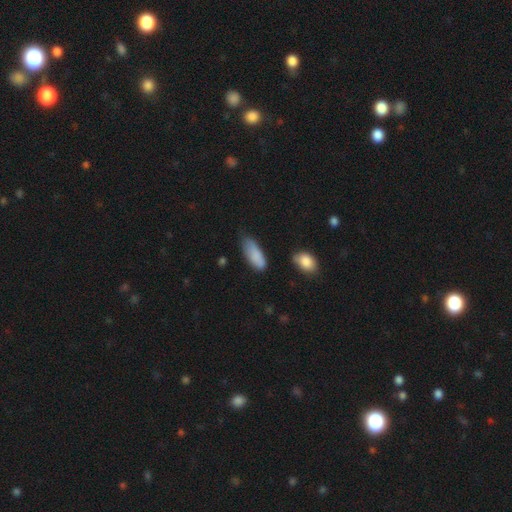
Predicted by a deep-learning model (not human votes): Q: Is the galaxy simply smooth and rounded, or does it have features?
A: smooth — 86%.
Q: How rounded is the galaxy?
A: in between — 76%.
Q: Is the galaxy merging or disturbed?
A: none — 55%.